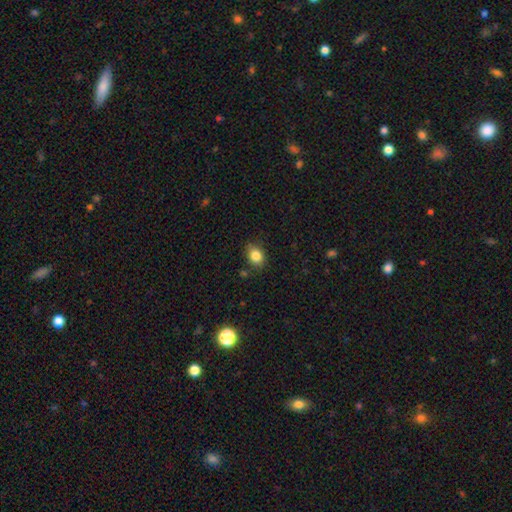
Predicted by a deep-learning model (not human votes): A smooth galaxy with no disk features (84%) that is in between round and cigar-shaped (51%).

Vote fractions:
- Smooth or featured? smooth: 84% / star or artifact: 10% / featured or disk: 6%
- How rounded? in between: 51% / round: 48% / cigar-shaped: 1%
- Merging? none: 80% / minor disturbance: 15% / major disturbance: 3% / merger: 3%